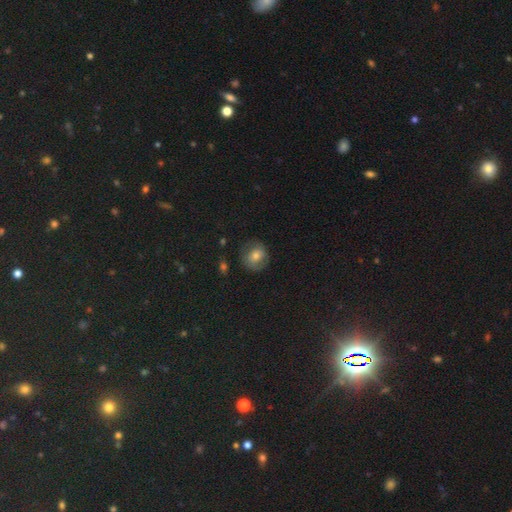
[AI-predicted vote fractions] Morphology: type=smooth (59%); roundness=round (76%); merging=none (73%).